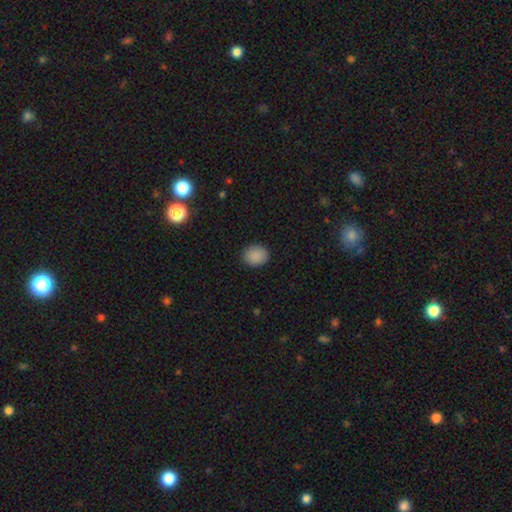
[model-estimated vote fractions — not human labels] Overall: smooth (88%). How rounded: round (57%; in between 42%). Merging: none (89%).